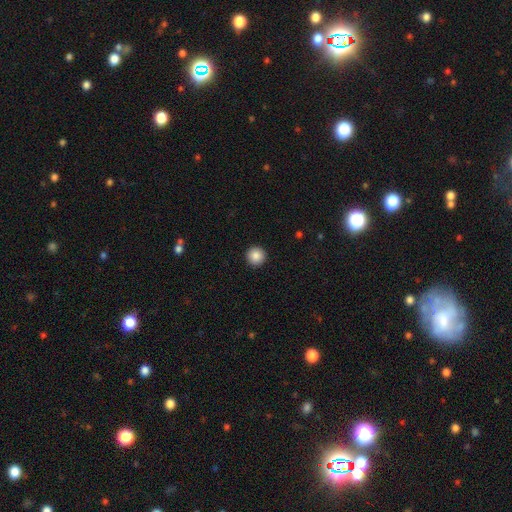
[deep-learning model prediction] smooth 88%, star or artifact 9%, featured or disk 4%. Down the decision tree: how rounded — round (96%); merging — none (94%).